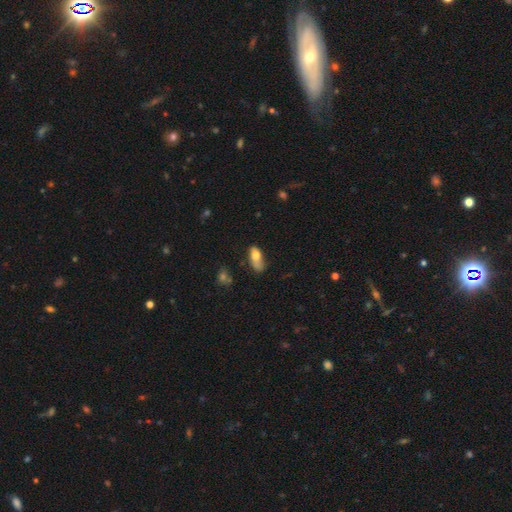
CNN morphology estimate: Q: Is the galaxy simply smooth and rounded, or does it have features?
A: smooth — 74%.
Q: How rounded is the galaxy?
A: in between — 81%.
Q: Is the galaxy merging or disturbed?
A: none — 38%.